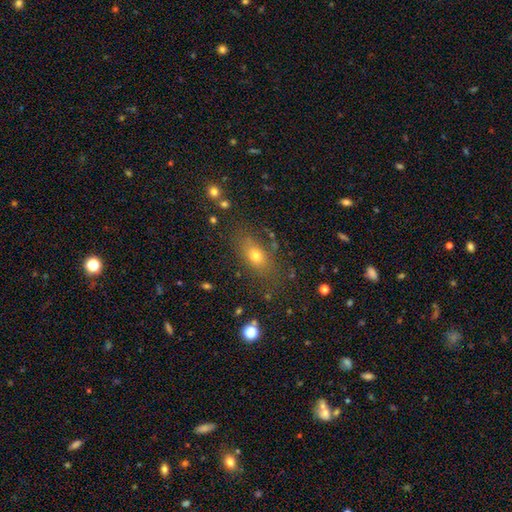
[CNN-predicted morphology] A smooth galaxy with no disk features (70%) that is in between round and cigar-shaped (73%).

Vote fractions:
- Smooth or featured? smooth: 70% / star or artifact: 15% / featured or disk: 14%
- How rounded? in between: 73% / round: 19% / cigar-shaped: 8%
- Merging? none: 76% / minor disturbance: 14% / major disturbance: 6% / merger: 4%